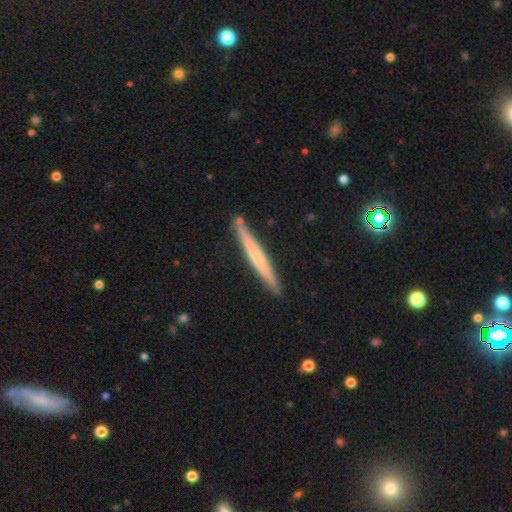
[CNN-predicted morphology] Smooth or featured? Predicted: featured or disk (p=0.55). Edge-on disk? Predicted: yes (p=0.96). Edge-on bulge? Predicted: none (p=0.52). Merging? Predicted: none (p=0.86).